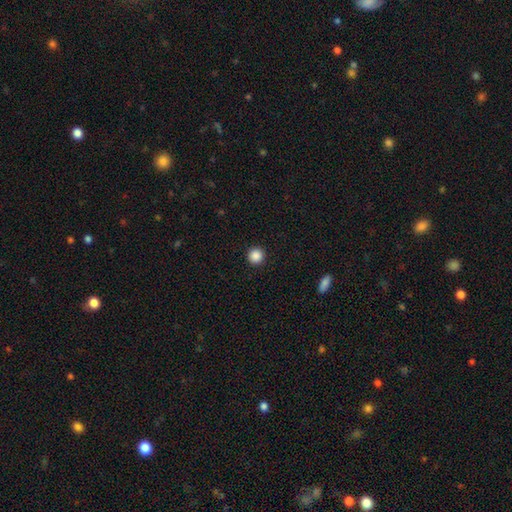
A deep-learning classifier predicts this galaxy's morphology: A smooth galaxy with no disk features (87%) that is round (96%).

Vote fractions:
- Smooth or featured? smooth: 87% / star or artifact: 10% / featured or disk: 2%
- How rounded? round: 96% / in between: 3% / cigar-shaped: 1%
- Merging? none: 93% / minor disturbance: 4% / major disturbance: 2% / merger: 1%